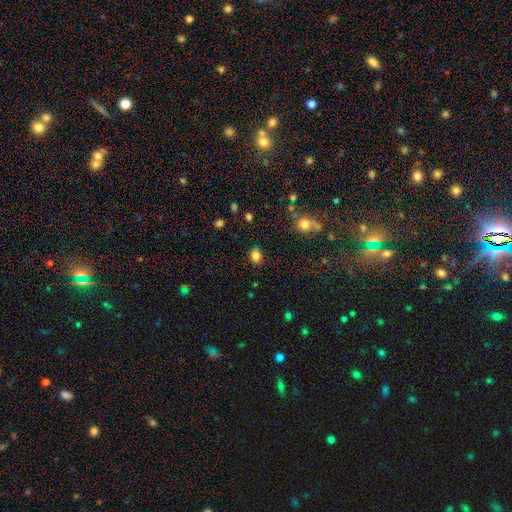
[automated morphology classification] Q: Smooth or featured?
A: smooth (83%); runner-up: star or artifact (11%)
Q: How rounded?
A: in between (58%); runner-up: round (41%)
Q: Merging?
A: none (87%); runner-up: minor disturbance (9%)